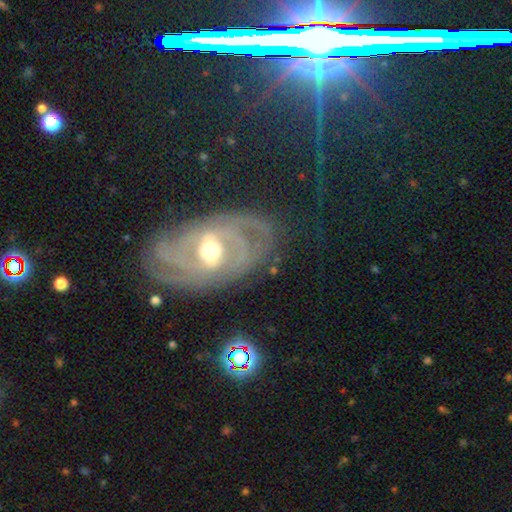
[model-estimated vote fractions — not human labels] A featured or disk galaxy (83%) with a weak bar (45%), tight (67%) spiral arms (96%) and a moderate central bulge (74%). Merging: none (77%).